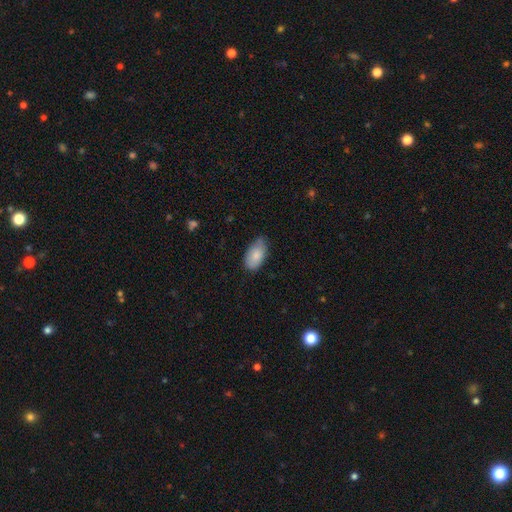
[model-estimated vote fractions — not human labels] Smooth or featured? Predicted: smooth (p=0.84). How rounded? Predicted: in between (p=0.94). Merging? Predicted: none (p=0.66).